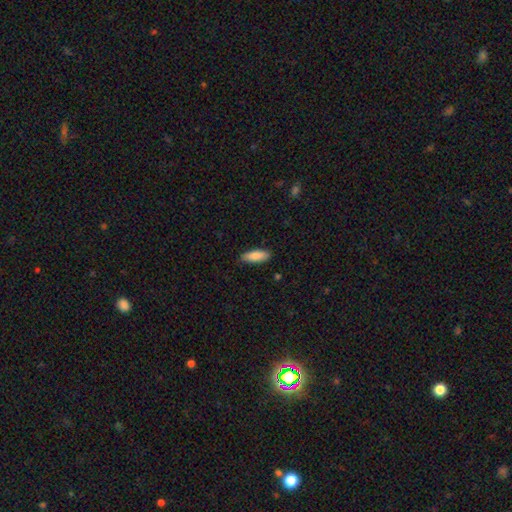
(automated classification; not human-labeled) A smooth galaxy with no disk features (87%) that is in between round and cigar-shaped (73%). Merging: none (85%).